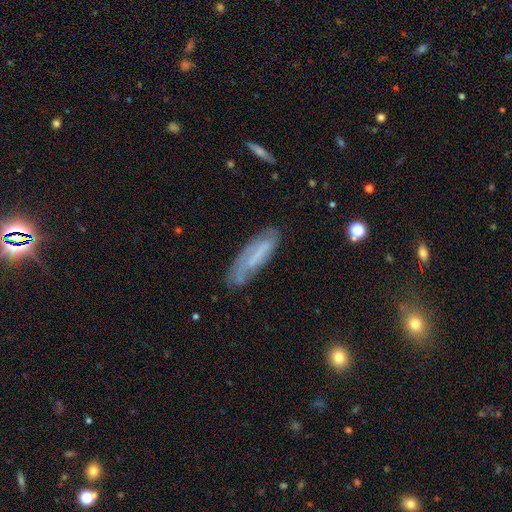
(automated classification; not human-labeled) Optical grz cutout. It shows a featured or disk galaxy (47%). Merging: none (65%).